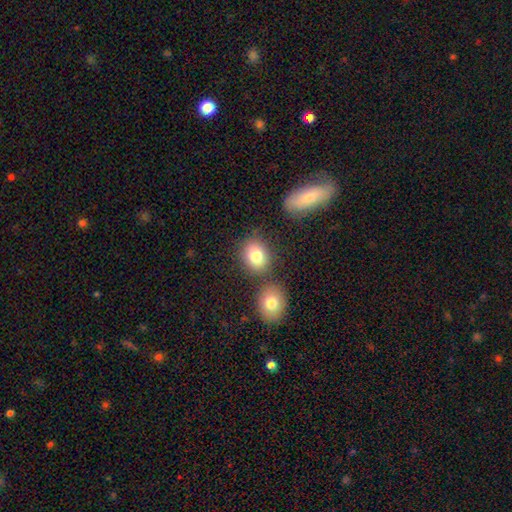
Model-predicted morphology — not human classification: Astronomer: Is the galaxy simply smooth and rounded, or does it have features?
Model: smooth — 82%.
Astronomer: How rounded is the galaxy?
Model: in between — 52% (runner-up: round, 47%).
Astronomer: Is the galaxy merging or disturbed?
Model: none — 67%.